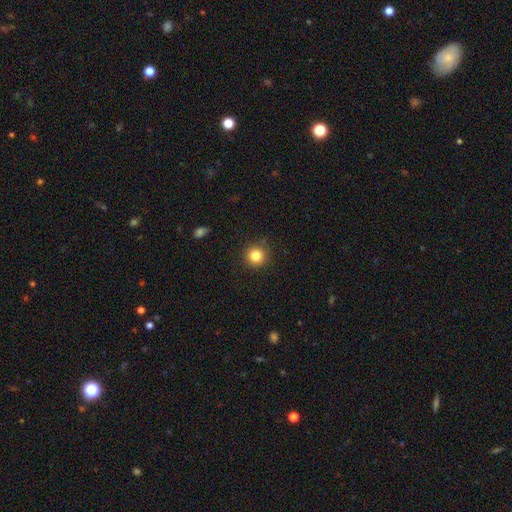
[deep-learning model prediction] Morphology: type=smooth (83%); roundness=round (94%); merging=none (90%).